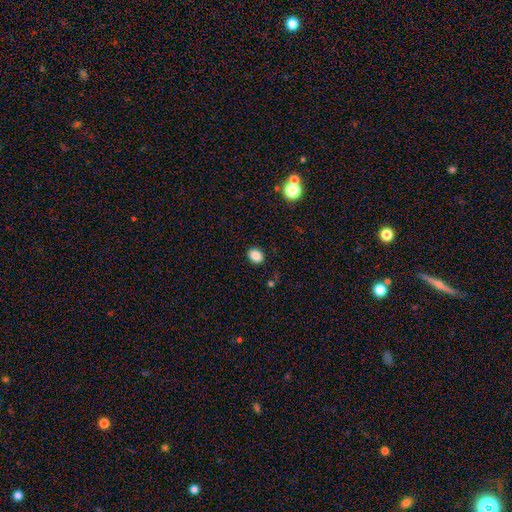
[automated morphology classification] This appears to be a smooth galaxy with no disk features (86%) that is in between round and cigar-shaped (61%). Merging: none (88%).